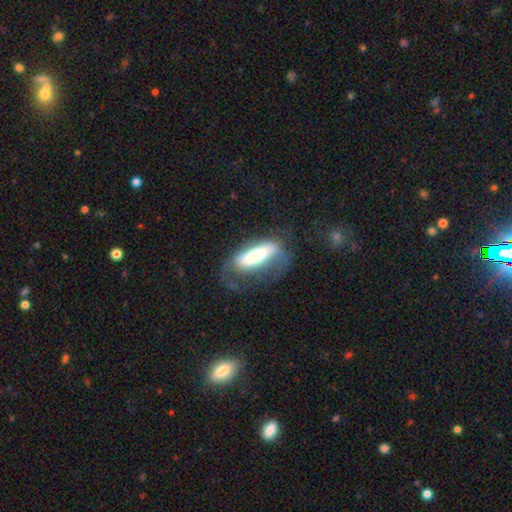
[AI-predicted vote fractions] This is possibly a featured or disk galaxy (47%). Merging: marginally none (42%).